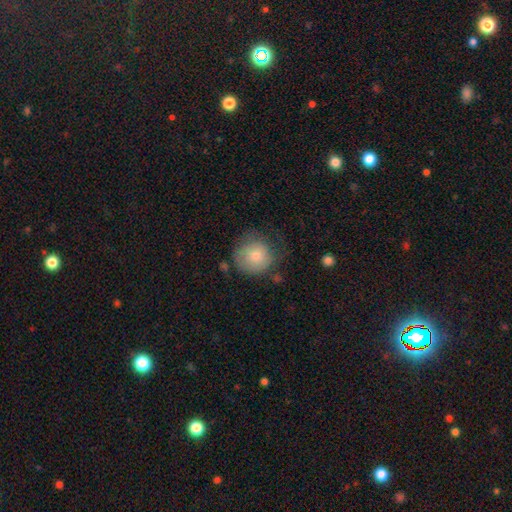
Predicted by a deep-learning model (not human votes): A smooth galaxy with no disk features (78%) that is round (89%). Merging: none (55%).